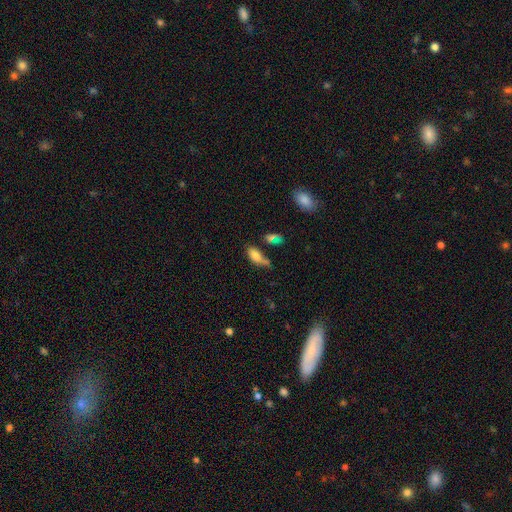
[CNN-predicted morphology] Q: Smooth or featured?
A: smooth (78%); runner-up: featured or disk (13%)
Q: How rounded?
A: in between (86%); runner-up: cigar-shaped (11%)
Q: Merging?
A: none (38%); runner-up: minor disturbance (29%)